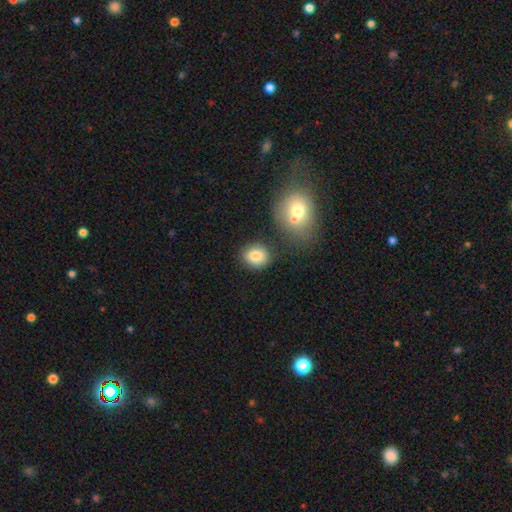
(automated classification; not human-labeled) smooth-or-featured: smooth: 83% | star or artifact: 9% | featured or disk: 7%
  how-rounded: round: 71% | in between: 28% | cigar-shaped: 1%
  merging: none: 78% | minor disturbance: 11% | merger: 7% | major disturbance: 3%